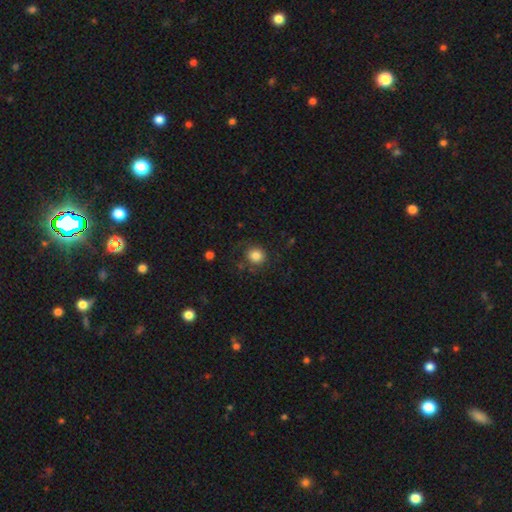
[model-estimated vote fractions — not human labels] Smooth or featured?
  - smooth: 82% *
  - star or artifact: 10%
  - featured or disk: 8%
How rounded?
  - round: 86% *
  - in between: 13%
  - cigar-shaped: 1%
Merging?
  - none: 77% *
  - minor disturbance: 14%
  - major disturbance: 7%
  - merger: 2%